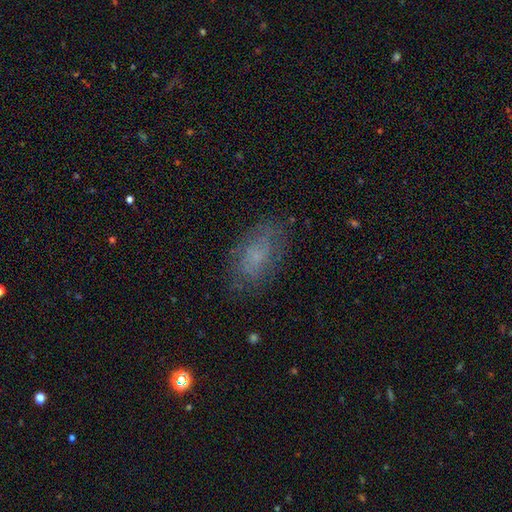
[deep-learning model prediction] A smooth galaxy with no disk features (50%) that is in between round and cigar-shaped (89%). Merging: none (73%).